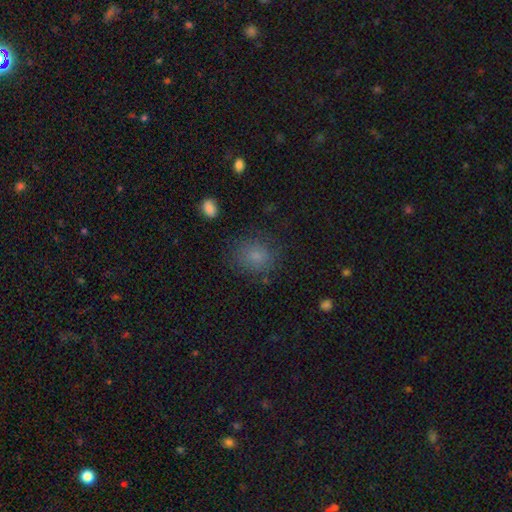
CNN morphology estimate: type=smooth (79%); roundness=round (71%); merging=none (78%).